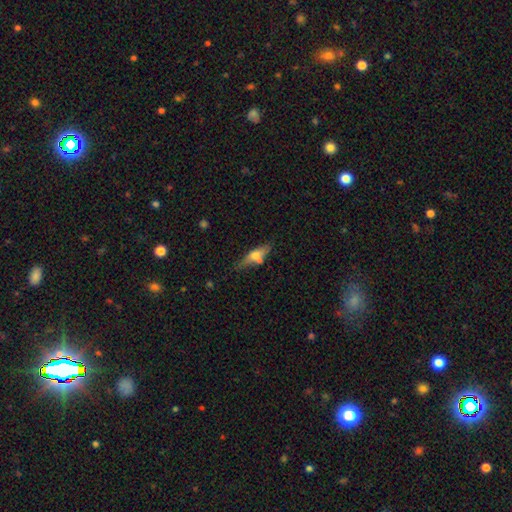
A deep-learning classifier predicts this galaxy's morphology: This appears to be a smooth galaxy with no disk features (53%) that is cigar-shaped (59%). Merging: none (66%).